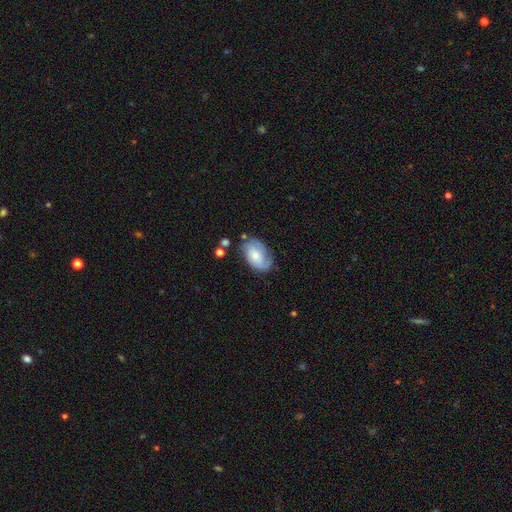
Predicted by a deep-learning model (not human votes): This is possibly a featured or disk galaxy (54%). It is clearly not viewed edge-on (96%). Bar: likely no (72%). Spiral arm pattern: clearly yes (85%). Central bulge: marginally small (45%). Merging: likely none (63%).